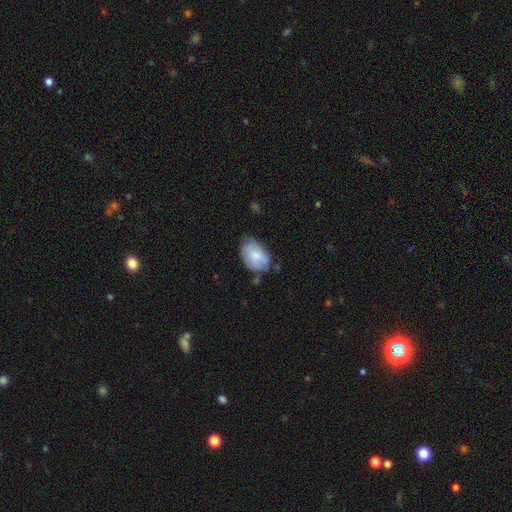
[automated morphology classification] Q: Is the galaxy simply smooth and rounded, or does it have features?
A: smooth — 68%.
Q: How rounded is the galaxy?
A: in between — 87%.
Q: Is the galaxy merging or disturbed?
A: none — 60%.